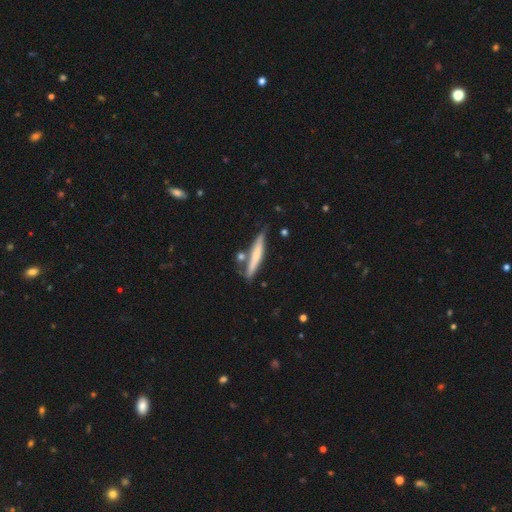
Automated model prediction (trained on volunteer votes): Smooth or featured: smooth — 59% (featured or disk — 35%)
How rounded: cigar-shaped — 92% (in between — 7%)
Merging: none — 68% (minor disturbance — 17%)